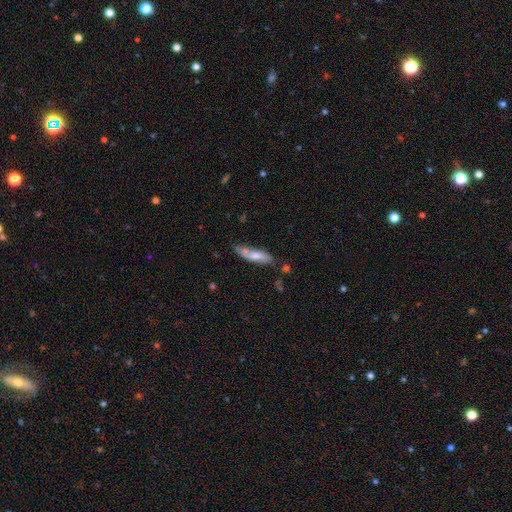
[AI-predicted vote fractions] Q: Smooth or featured?
A: smooth (58%); runner-up: featured or disk (36%)
Q: How rounded?
A: cigar-shaped (61%); runner-up: in between (37%)
Q: Merging?
A: none (55%); runner-up: minor disturbance (25%)